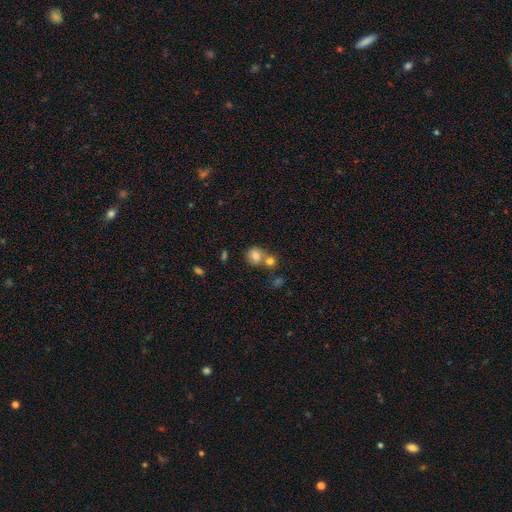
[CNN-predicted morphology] This appears to be a smooth galaxy with no disk features (76%) that is round (79%). Merging: none (47%).